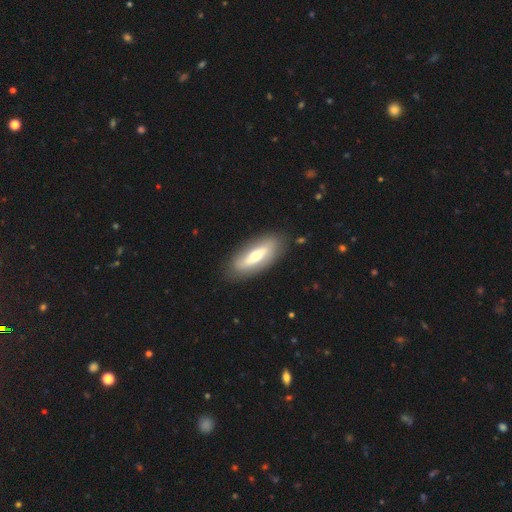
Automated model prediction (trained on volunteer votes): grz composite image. It shows a featured or disk galaxy (49%). Merging: none (85%).